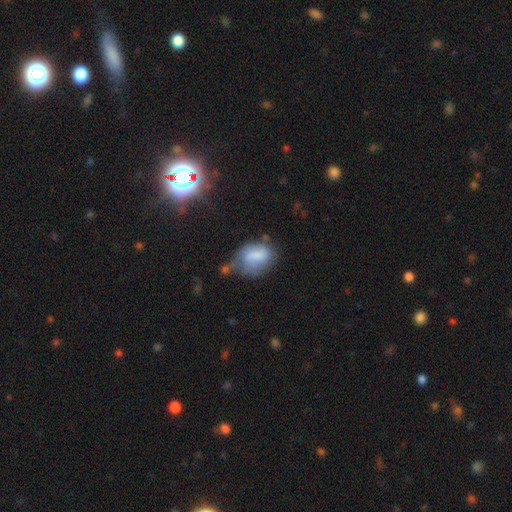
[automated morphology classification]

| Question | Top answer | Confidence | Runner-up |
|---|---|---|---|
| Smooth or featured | smooth | 69% | featured or disk (21%) |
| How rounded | in between | 75% | round (24%) |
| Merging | minor disturbance | 33% | major disturbance (28%) |